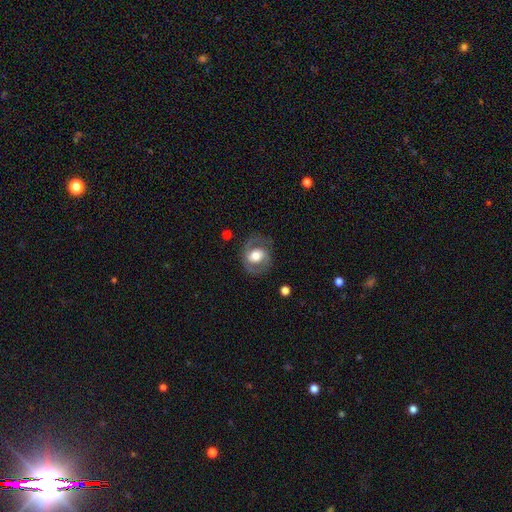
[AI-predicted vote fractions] Smooth or featured? featured or disk (62%)
Edge-on disk? no (96%)
Bar? no (51%)
Spiral arms? yes (70%)
Bulge size? moderate (49%)
Merging? none (71%)